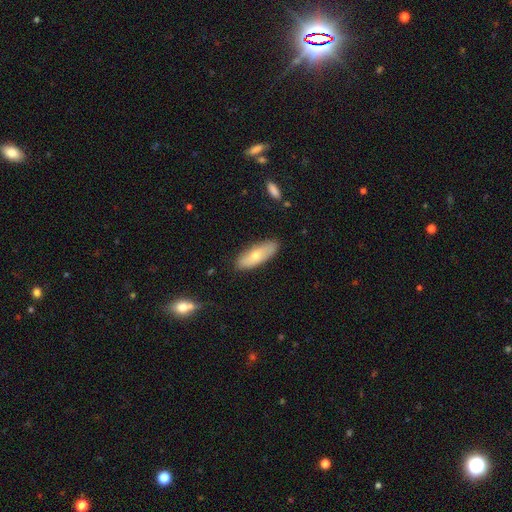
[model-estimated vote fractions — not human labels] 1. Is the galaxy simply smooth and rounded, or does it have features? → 63% smooth, 31% featured or disk, 6% star or artifact.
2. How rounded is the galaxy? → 67% in between, 31% cigar-shaped, 3% round.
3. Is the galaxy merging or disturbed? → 84% none, 12% minor disturbance, 2% major disturbance, 1% merger.